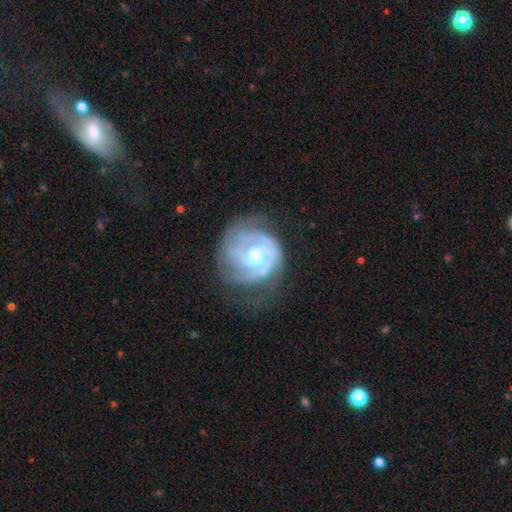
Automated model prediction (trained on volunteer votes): Morphology: type=featured or disk (88%); edge-on=no (98%); bar=no (64%); spiral arms=yes (96%); winding=tight (67%); arm count=2 (33%); bulge=moderate (63%); merging=none (63%).